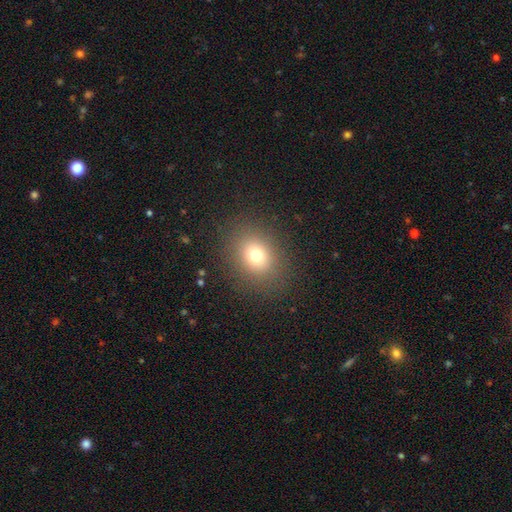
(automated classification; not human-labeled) This appears to be a smooth galaxy with no disk features (73%) that is round (57%). Merging: none (86%).